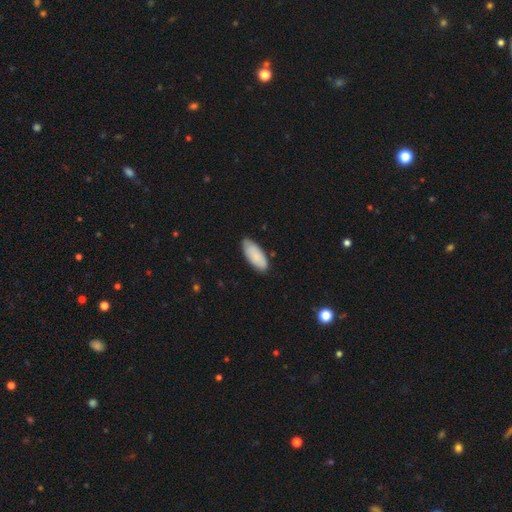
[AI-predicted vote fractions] Q: Smooth or featured?
A: smooth (87%); runner-up: featured or disk (8%)
Q: How rounded?
A: in between (84%); runner-up: cigar-shaped (14%)
Q: Merging?
A: none (81%); runner-up: minor disturbance (15%)